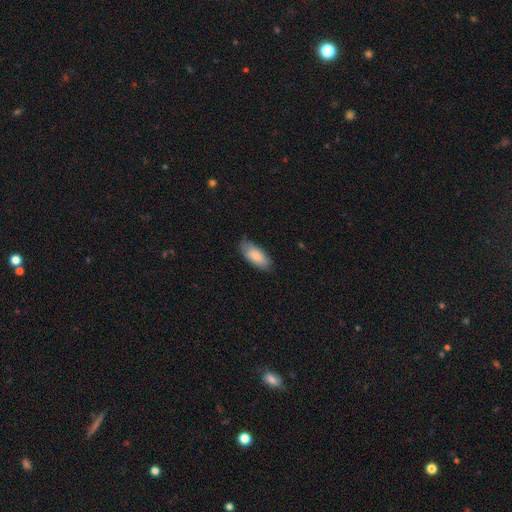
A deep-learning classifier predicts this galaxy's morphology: A smooth galaxy with no disk features (82%) that is in between round and cigar-shaped (86%).

Vote fractions:
- Smooth or featured? smooth: 82% / featured or disk: 12% / star or artifact: 6%
- How rounded? in between: 86% / cigar-shaped: 13% / round: 2%
- Merging? none: 77% / minor disturbance: 19% / major disturbance: 3% / merger: 1%